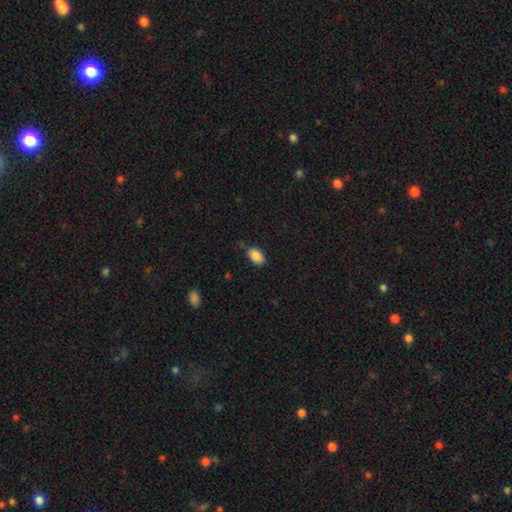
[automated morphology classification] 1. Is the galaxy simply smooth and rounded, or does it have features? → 88% smooth, 8% star or artifact, 4% featured or disk.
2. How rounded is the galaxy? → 91% in between, 8% round, 1% cigar-shaped.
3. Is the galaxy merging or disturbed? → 79% none, 16% minor disturbance, 3% major disturbance, 2% merger.